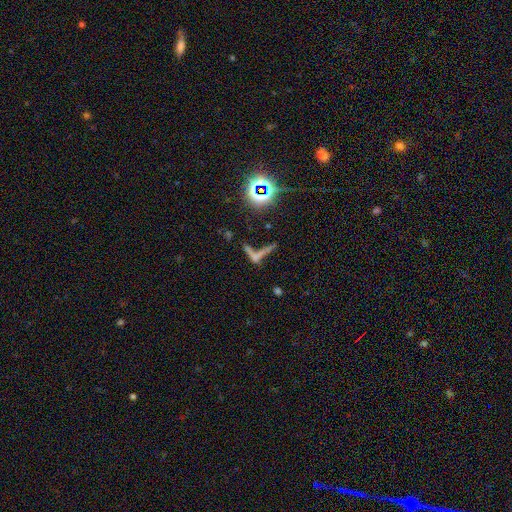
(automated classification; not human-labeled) A smooth galaxy with no disk features (42%). Merging: merger (39%).